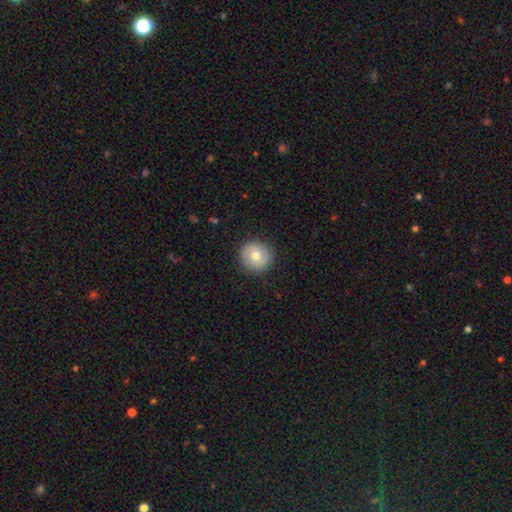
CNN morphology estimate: smooth-or-featured: smooth: 66% | featured or disk: 26% | star or artifact: 8%
  how-rounded: round: 92% | in between: 7% | cigar-shaped: 1%
  merging: none: 88% | minor disturbance: 9% | major disturbance: 2% | merger: 1%